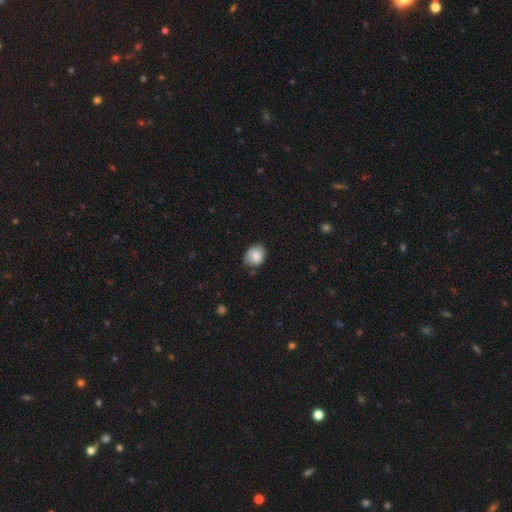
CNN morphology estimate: Smooth or featured: smooth — 81% (featured or disk — 11%)
How rounded: in between — 52% (round — 47%)
Merging: none — 61% (minor disturbance — 31%)